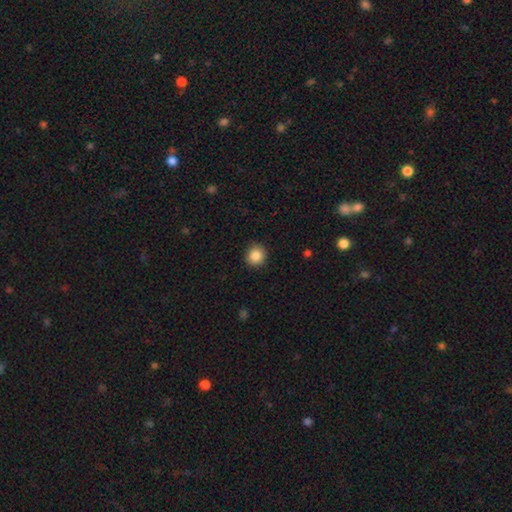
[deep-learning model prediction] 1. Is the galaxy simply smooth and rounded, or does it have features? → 87% smooth, 9% star or artifact, 4% featured or disk.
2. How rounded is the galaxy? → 88% round, 11% in between, 1% cigar-shaped.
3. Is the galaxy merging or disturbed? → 90% none, 7% minor disturbance, 2% major disturbance, 1% merger.